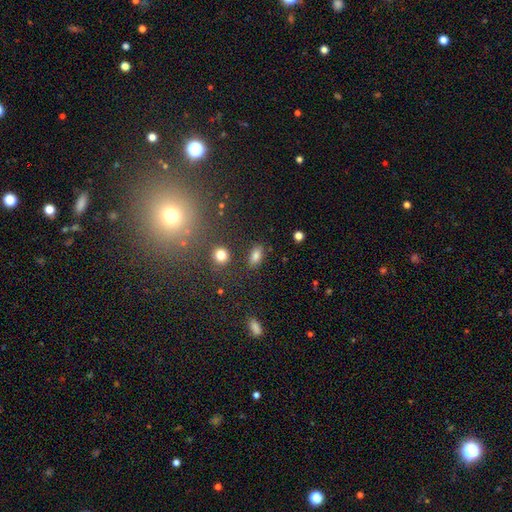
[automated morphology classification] This is likely a smooth galaxy (80%). How rounded: clearly in between (86%). Merging: clearly none (81%).